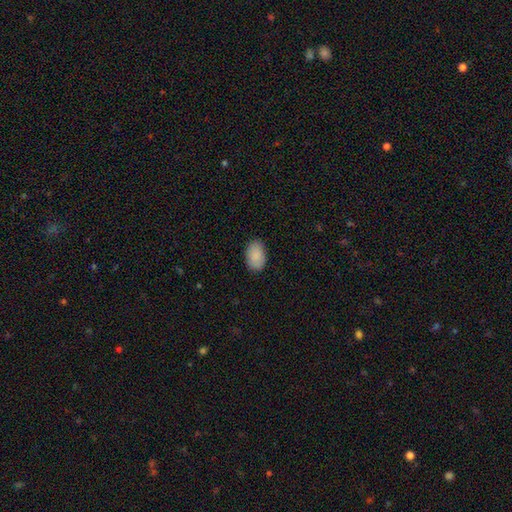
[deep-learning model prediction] A smooth galaxy with no disk features (89%) that is in between round and cigar-shaped (90%).

Vote fractions:
- Smooth or featured? smooth: 89% / star or artifact: 6% / featured or disk: 5%
- How rounded? in between: 90% / round: 8% / cigar-shaped: 1%
- Merging? none: 86% / minor disturbance: 10% / major disturbance: 2% / merger: 1%